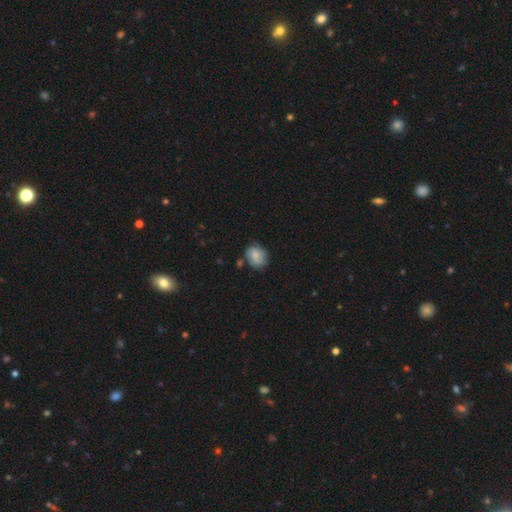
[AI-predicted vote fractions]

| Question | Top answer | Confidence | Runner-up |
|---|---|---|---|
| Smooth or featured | smooth | 74% | featured or disk (18%) |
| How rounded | round | 59% | in between (40%) |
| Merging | none | 63% | minor disturbance (24%) |